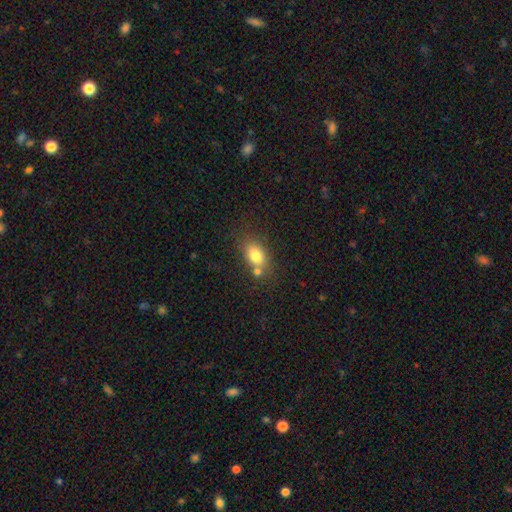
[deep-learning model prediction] Smooth or featured? Predicted: smooth (p=0.78). How rounded? Predicted: in between (p=0.76). Merging? Predicted: none (p=0.54).